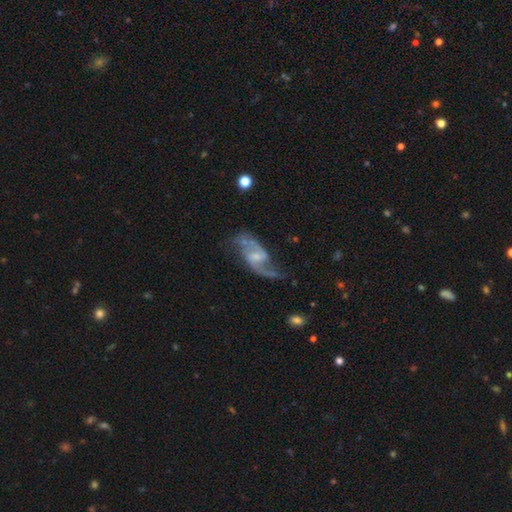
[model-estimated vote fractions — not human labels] Smooth or featured? featured or disk (89%)
Edge-on disk? no (97%)
Bar? weak (56%)
Spiral arms? yes (96%)
Spiral winding? loose (58%)
Spiral arm count? 2 (92%)
Bulge size? small (51%)
Merging? none (70%)